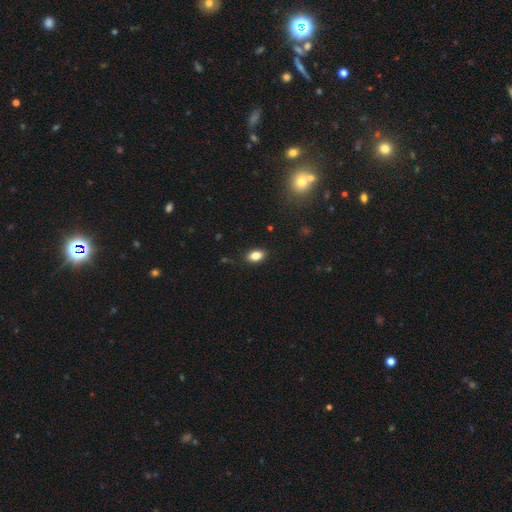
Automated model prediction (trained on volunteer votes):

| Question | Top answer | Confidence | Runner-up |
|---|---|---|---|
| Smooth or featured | smooth | 84% | star or artifact (9%) |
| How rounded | in between | 87% | round (11%) |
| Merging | none | 86% | minor disturbance (10%) |